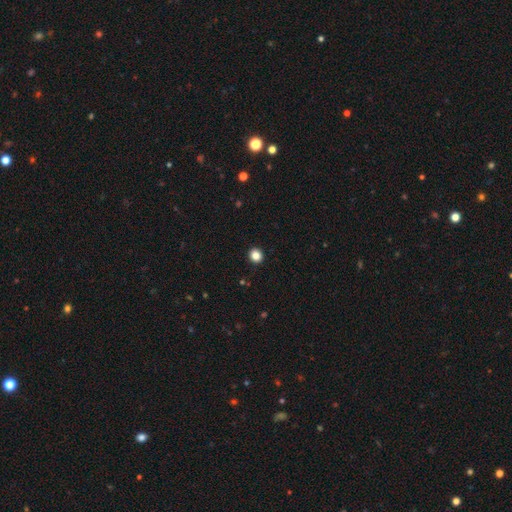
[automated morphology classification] This appears to be a smooth galaxy with no disk features (85%) that is round (85%). Merging: none (93%).